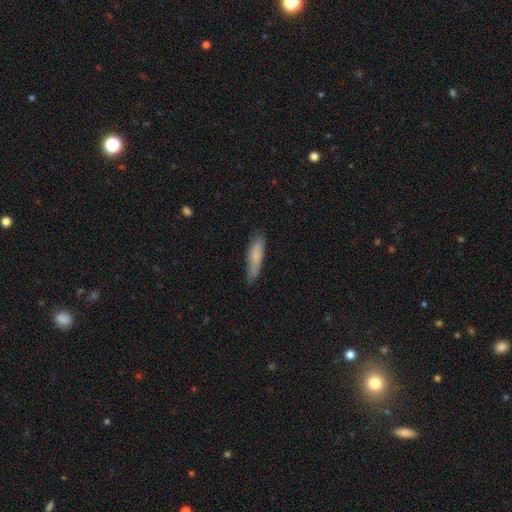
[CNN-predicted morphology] A smooth galaxy with no disk features (80%) that is cigar-shaped (79%).

Vote fractions:
- Smooth or featured? smooth: 80% / featured or disk: 14% / star or artifact: 6%
- How rounded? cigar-shaped: 79% / in between: 19% / round: 1%
- Merging? none: 77% / minor disturbance: 18% / major disturbance: 3% / merger: 1%